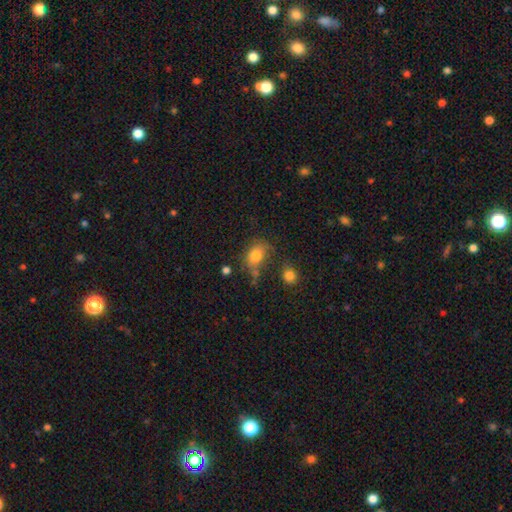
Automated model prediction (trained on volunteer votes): Smooth or featured? smooth (79%)
How rounded? in between (70%)
Merging? none (57%)